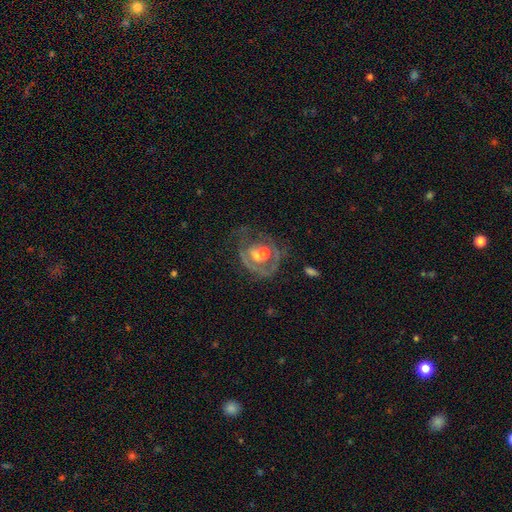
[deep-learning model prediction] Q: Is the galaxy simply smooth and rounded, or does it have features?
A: featured or disk — 64%.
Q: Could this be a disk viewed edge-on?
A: no — 97%.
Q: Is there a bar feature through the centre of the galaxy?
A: no — 79%.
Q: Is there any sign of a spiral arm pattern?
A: no — 60%.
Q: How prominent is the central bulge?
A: moderate — 69%.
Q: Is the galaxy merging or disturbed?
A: merger — 34%.